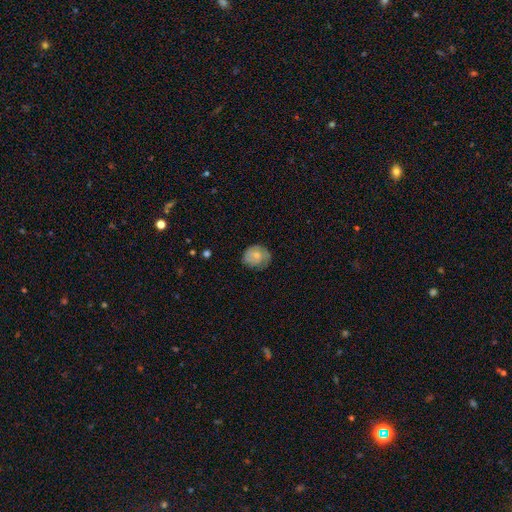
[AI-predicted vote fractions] Morphology: type=smooth (56%); roundness=round (67%); merging=none (60%).